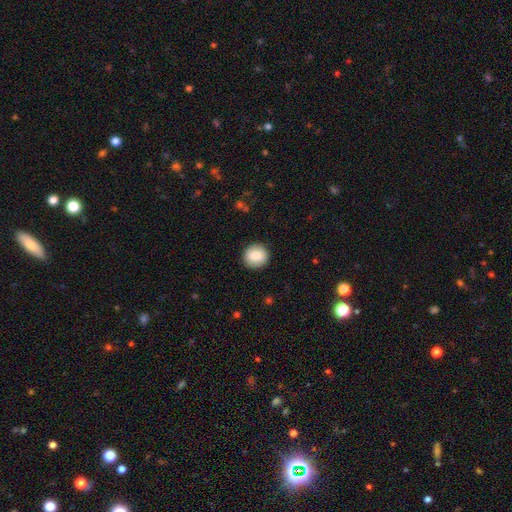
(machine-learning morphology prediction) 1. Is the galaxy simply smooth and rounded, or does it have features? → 85% smooth, 7% featured or disk, 7% star or artifact.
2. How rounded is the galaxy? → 92% round, 7% in between, 1% cigar-shaped.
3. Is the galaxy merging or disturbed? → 91% none, 6% minor disturbance, 2% major disturbance, 1% merger.